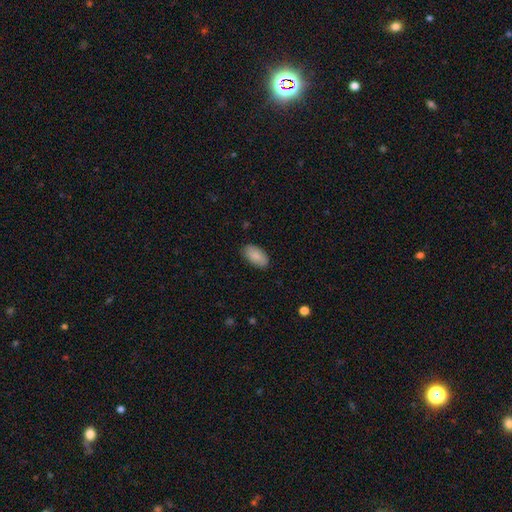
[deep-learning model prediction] Q: Smooth or featured?
A: smooth (88%); runner-up: star or artifact (6%)
Q: How rounded?
A: in between (95%); runner-up: round (3%)
Q: Merging?
A: none (86%); runner-up: minor disturbance (11%)